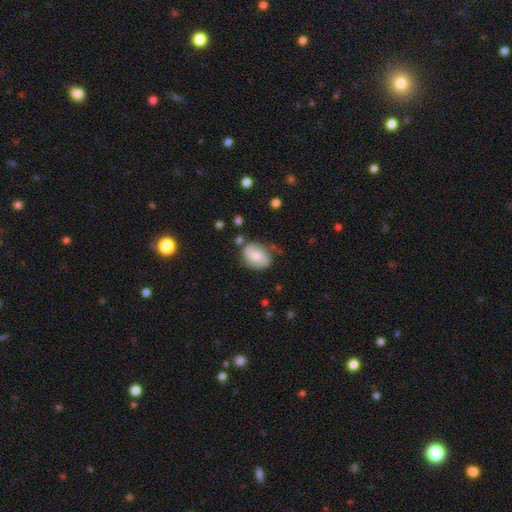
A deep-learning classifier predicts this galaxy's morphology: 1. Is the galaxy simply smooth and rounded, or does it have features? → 52% smooth, 40% featured or disk, 7% star or artifact.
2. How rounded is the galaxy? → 65% in between, 34% round, 1% cigar-shaped.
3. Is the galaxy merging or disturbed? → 70% none, 21% minor disturbance, 6% major disturbance, 3% merger.